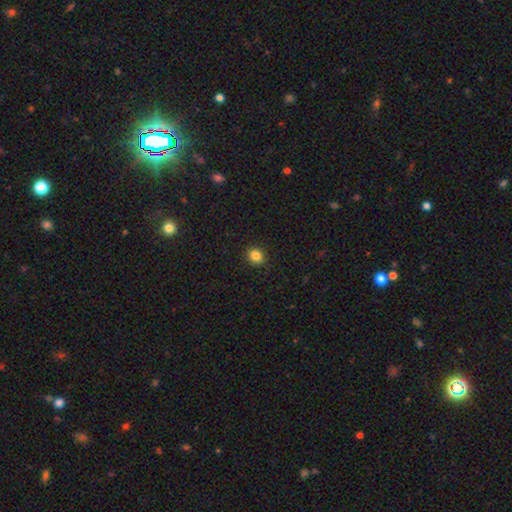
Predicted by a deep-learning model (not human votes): Morphology: type=smooth (85%); roundness=round (71%); merging=none (91%).